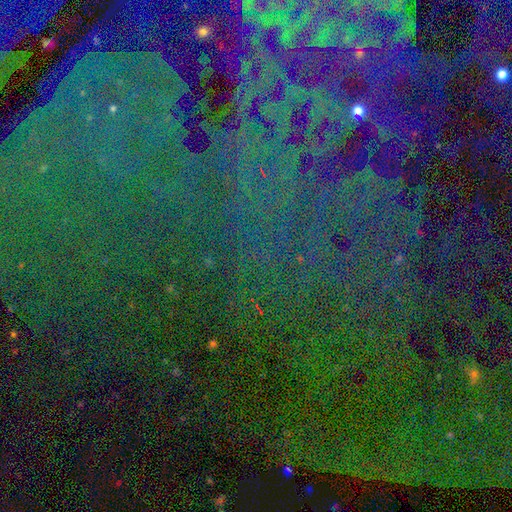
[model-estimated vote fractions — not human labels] Smooth or featured? star or artifact (79%)